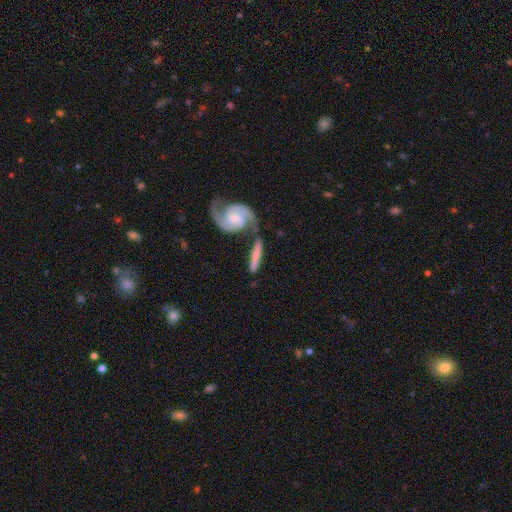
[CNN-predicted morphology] Overall: featured or disk (57%; smooth 37%). Edge-on disk: no (59%; yes 41%). Merging: none (46%; merger 33%).